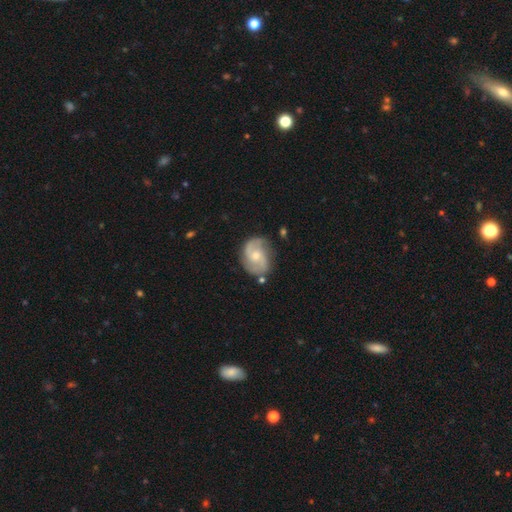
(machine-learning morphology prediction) The model was most divided on "bulge size": moderate: 53%, small: 41%, large: 3%, none: 2%, dominant: 1%. Remaining: edge-on disk — no (98%); spiral arms — yes (95%); spiral arm count — 2 (83%); smooth or featured — featured or disk (79%); merging — none (70%); bar — no (59%); spiral winding — medium (50%).